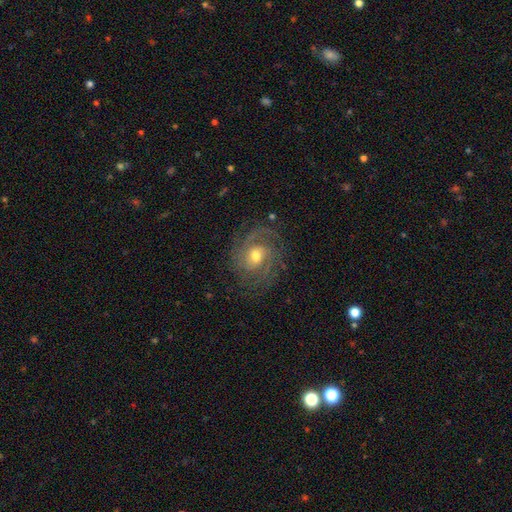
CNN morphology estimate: smooth_or_featured: featured or disk (p=0.79) [alt: smooth p=0.13]
disk_edge_on: no (p=0.97) [alt: yes p=0.03]
bar: no (p=0.64) [alt: weak p=0.30]
has_spiral_arms: yes (p=0.93) [alt: no p=0.07]
spiral_winding: tight (p=0.49) [alt: medium p=0.39]
spiral_arm_count: 2 (p=0.28) [alt: can't tell p=0.26]
bulge_size: moderate (p=0.68) [alt: small p=0.24]
merging: none (p=0.72) [alt: minor disturbance p=0.16]